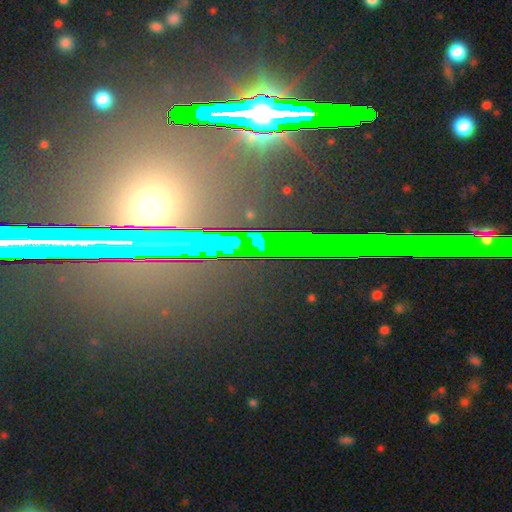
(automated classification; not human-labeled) This appears to be a star or artifact, not a galaxy (78%).